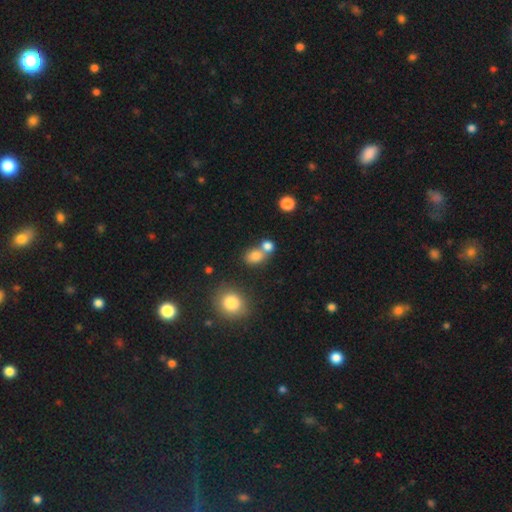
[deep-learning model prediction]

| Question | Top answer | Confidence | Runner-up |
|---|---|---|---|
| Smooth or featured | smooth | 78% | star or artifact (13%) |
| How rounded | round | 54% | in between (45%) |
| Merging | none | 45% | merger (42%) |